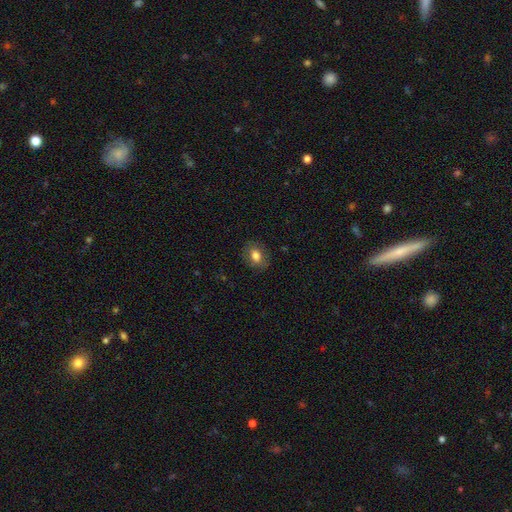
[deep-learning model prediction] Smooth or featured?
  - smooth: 76% *
  - featured or disk: 15%
  - star or artifact: 9%
How rounded?
  - in between: 64% *
  - round: 35%
  - cigar-shaped: 1%
Merging?
  - none: 83% *
  - minor disturbance: 12%
  - major disturbance: 4%
  - merger: 1%